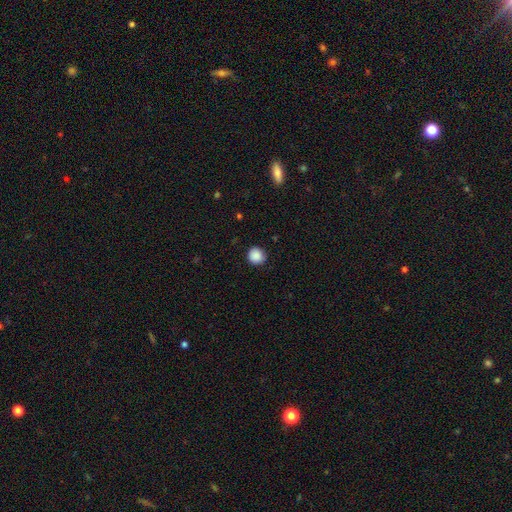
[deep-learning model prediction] Smooth or featured? smooth (88%)
How rounded? round (90%)
Merging? none (86%)